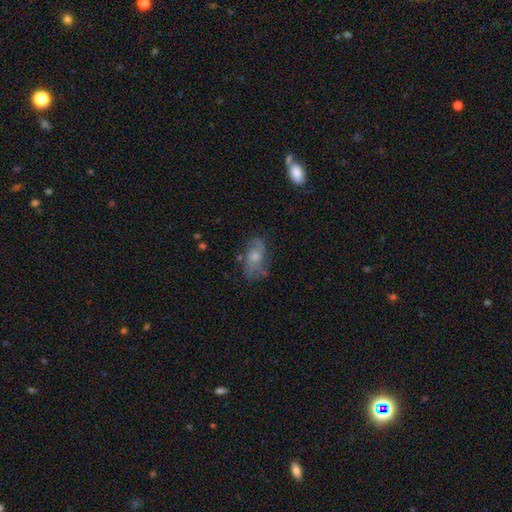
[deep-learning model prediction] smooth_or_featured: featured or disk (p=0.61) [alt: smooth p=0.26]
disk_edge_on: no (p=0.94) [alt: yes p=0.06]
bar: no (p=0.71) [alt: weak p=0.25]
has_spiral_arms: yes (p=0.84) [alt: no p=0.16]
bulge_size: moderate (p=0.52) [alt: small p=0.31]
merging: none (p=0.70) [alt: minor disturbance p=0.19]